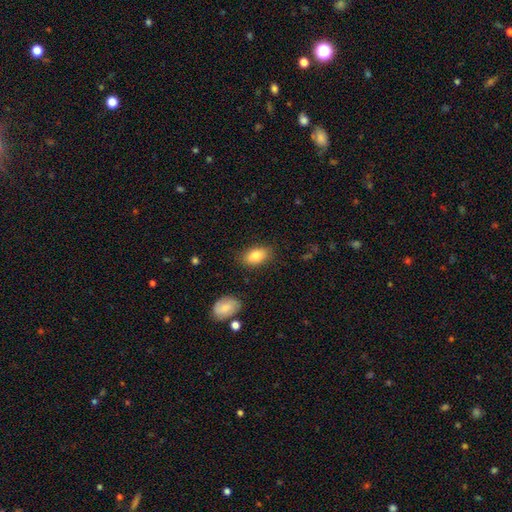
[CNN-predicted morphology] smooth_or_featured: smooth (p=0.85) [alt: featured or disk p=0.08]
how_rounded: in between (p=0.91) [alt: round p=0.07]
merging: none (p=0.83) [alt: minor disturbance p=0.12]